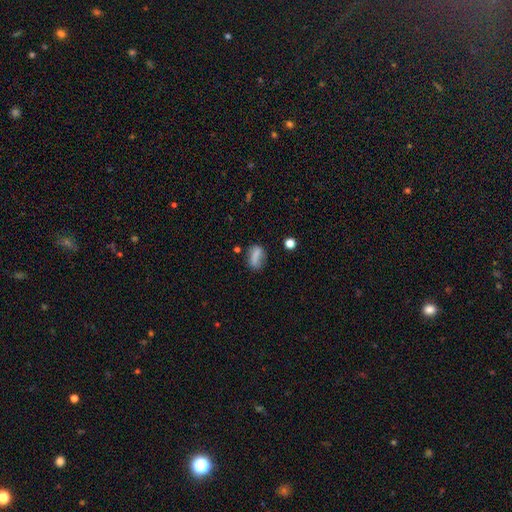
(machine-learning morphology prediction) The model was most divided on "merging": none: 59%, minor disturbance: 24%, major disturbance: 10%, merger: 7%. More confident: how rounded — in between (74%); smooth or featured — smooth (74%).